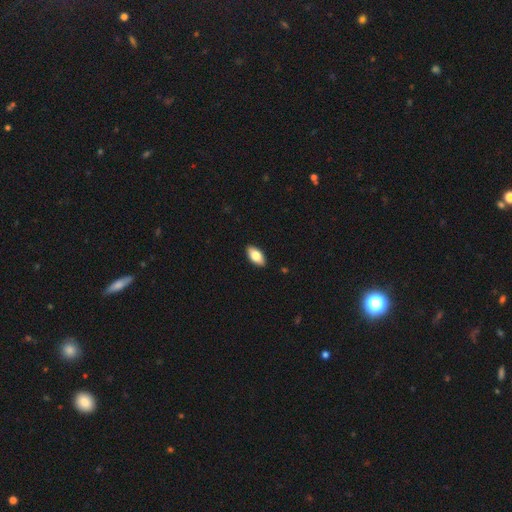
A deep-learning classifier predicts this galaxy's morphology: Smooth or featured? Predicted: smooth (p=0.80). How rounded? Predicted: in between (p=0.92). Merging? Predicted: none (p=0.90).